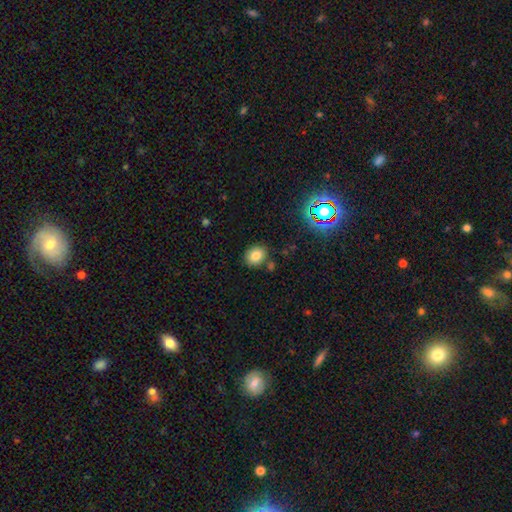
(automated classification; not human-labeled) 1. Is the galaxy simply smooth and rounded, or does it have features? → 80% smooth, 12% star or artifact, 8% featured or disk.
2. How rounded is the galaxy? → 56% round, 43% in between, 1% cigar-shaped.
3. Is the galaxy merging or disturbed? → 80% none, 11% minor disturbance, 6% merger, 3% major disturbance.